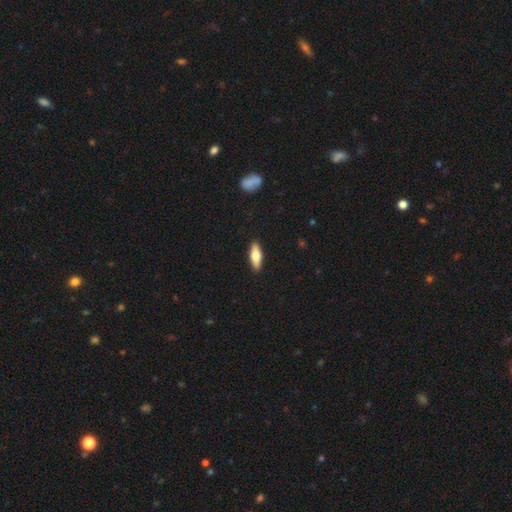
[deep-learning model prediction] Morphology: type=smooth (62%); roundness=in between (60%); merging=none (90%).